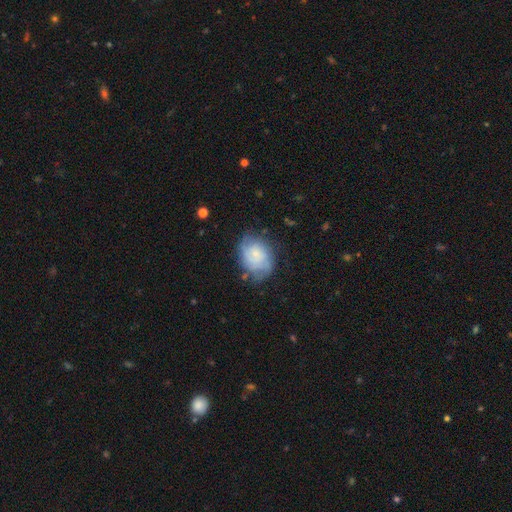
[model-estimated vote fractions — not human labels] Q: Smooth or featured?
A: featured or disk (54%); runner-up: smooth (38%)
Q: Edge-on disk?
A: no (97%); runner-up: yes (3%)
Q: Bar?
A: no (76%); runner-up: weak (21%)
Q: Spiral arms?
A: yes (83%); runner-up: no (17%)
Q: Bulge size?
A: small (63%); runner-up: moderate (18%)
Q: Merging?
A: none (59%); runner-up: minor disturbance (27%)